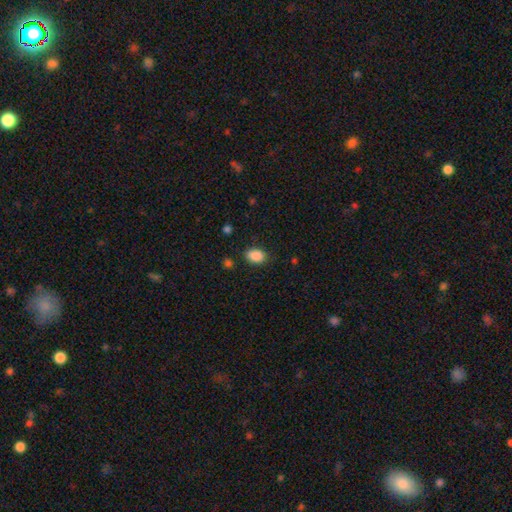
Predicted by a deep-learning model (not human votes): smooth-or-featured: smooth: 88% | star or artifact: 8% | featured or disk: 3%
  how-rounded: in between: 80% | round: 19% | cigar-shaped: 1%
  merging: none: 84% | minor disturbance: 11% | major disturbance: 3% | merger: 2%